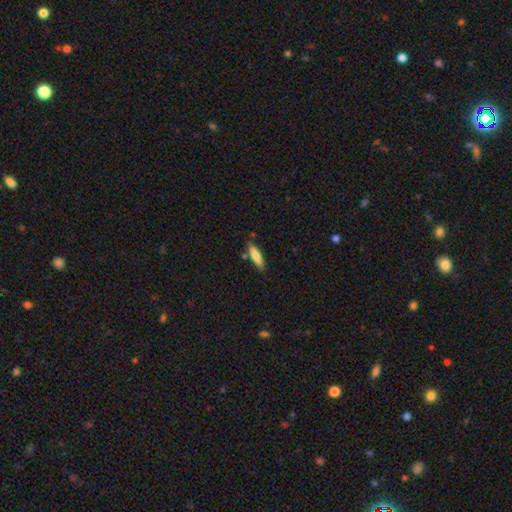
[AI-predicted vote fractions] Smooth or featured: smooth — 74% (featured or disk — 20%)
How rounded: cigar-shaped — 76% (in between — 23%)
Merging: none — 79% (minor disturbance — 13%)